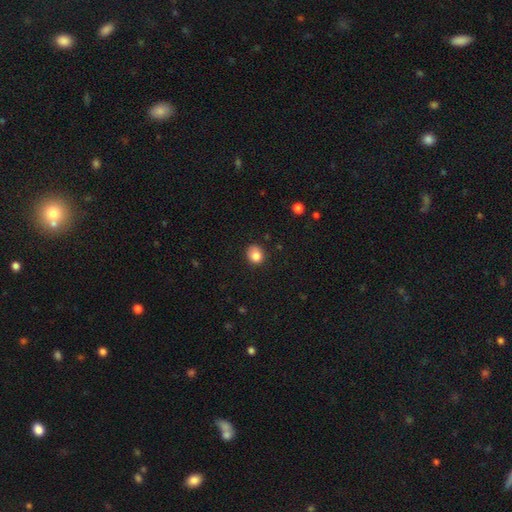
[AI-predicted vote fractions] A smooth galaxy with no disk features (83%) that is round (69%). Merging: none (75%).